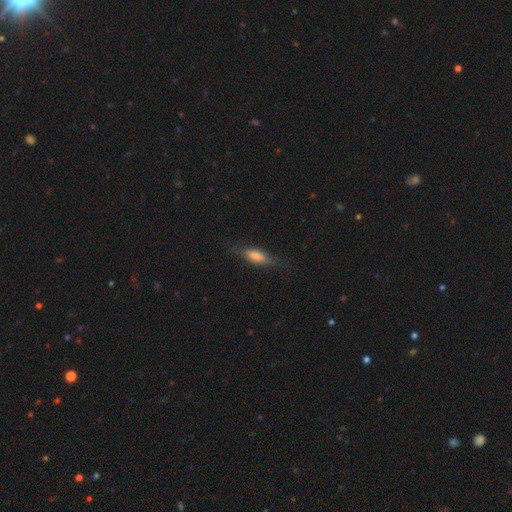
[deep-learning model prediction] Morphology: type=smooth (68%); roundness=in between (51%); merging=none (72%).